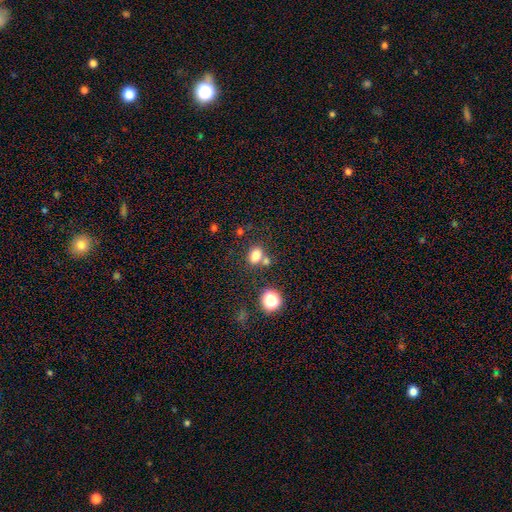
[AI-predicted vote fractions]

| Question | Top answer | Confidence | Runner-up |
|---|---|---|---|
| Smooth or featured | smooth | 78% | star or artifact (14%) |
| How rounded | in between | 69% | round (30%) |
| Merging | none | 61% | merger (23%) |